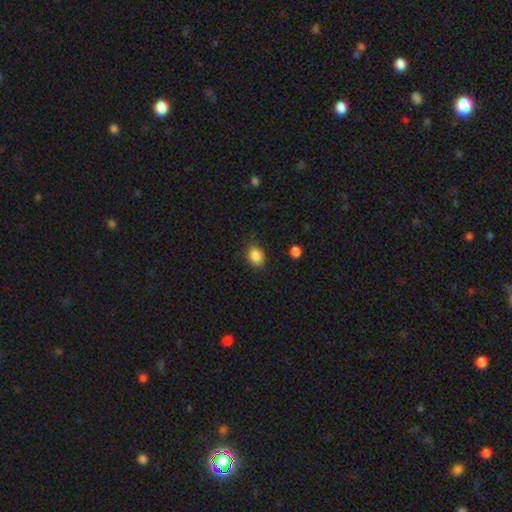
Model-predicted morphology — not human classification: This is clearly a smooth galaxy (86%). How rounded: possibly in between (53%). Merging: clearly none (83%).